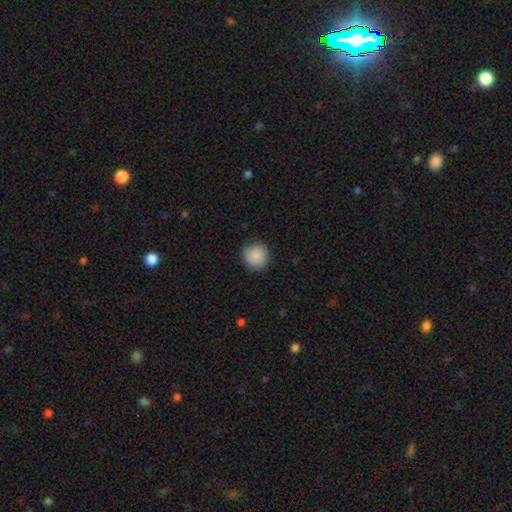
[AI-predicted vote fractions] This is clearly a smooth galaxy (88%). How rounded: clearly round (91%). Merging: clearly none (84%).